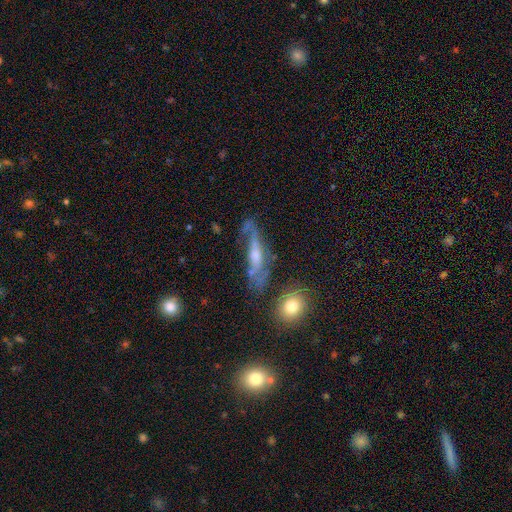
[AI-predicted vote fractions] This is likely a featured or disk galaxy (62%). It is possibly not viewed edge-on (54%). Merging: possibly none (48%).